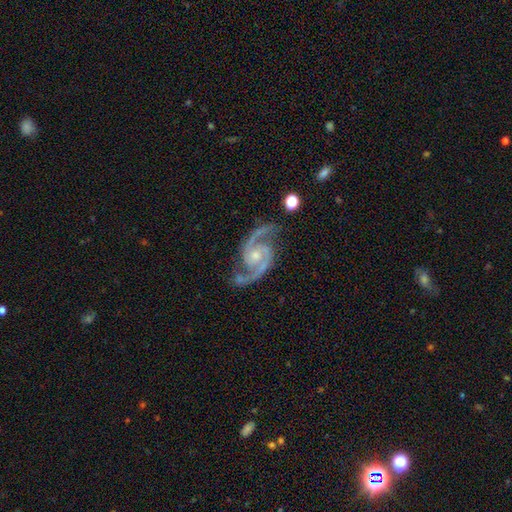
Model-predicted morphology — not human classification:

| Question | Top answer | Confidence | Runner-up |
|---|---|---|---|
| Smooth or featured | featured or disk | 94% | star or artifact (4%) |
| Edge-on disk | no | 98% | yes (2%) |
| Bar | no | 59% | weak (31%) |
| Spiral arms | yes | 99% | no (1%) |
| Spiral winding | medium | 65% | tight (21%) |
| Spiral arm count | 2 | 94% | 3 (2%) |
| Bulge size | small | 49% | moderate (45%) |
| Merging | none | 78% | minor disturbance (15%) |